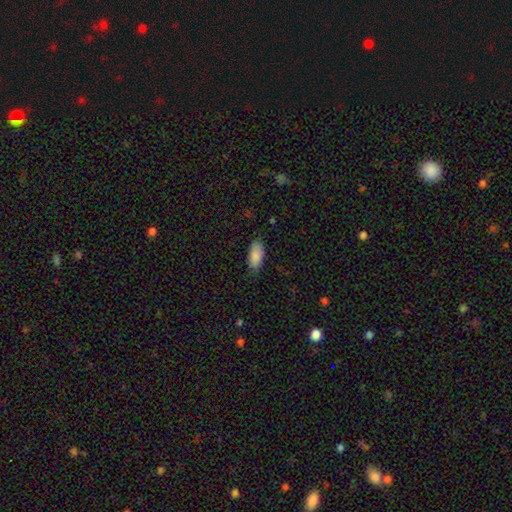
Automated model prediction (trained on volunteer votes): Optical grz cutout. It shows a smooth galaxy with no disk features (88%) that is in between round and cigar-shaped (91%). Merging: none (77%).